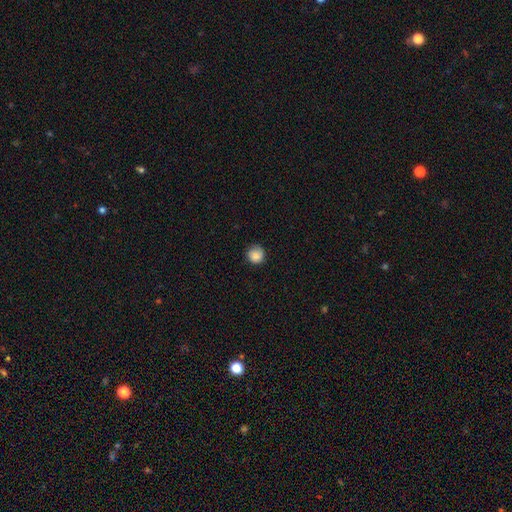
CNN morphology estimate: This is clearly a smooth galaxy (85%). How rounded: clearly round (91%). Merging: likely none (78%).